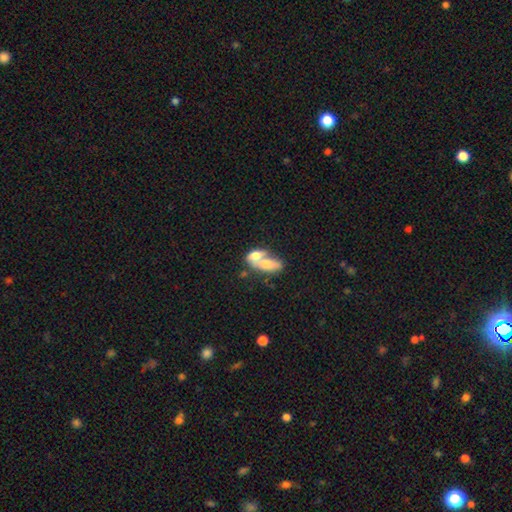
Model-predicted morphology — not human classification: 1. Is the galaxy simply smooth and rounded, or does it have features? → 63% smooth, 29% featured or disk, 7% star or artifact.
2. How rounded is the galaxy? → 85% in between, 8% round, 7% cigar-shaped.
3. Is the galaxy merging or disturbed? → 73% merger, 15% none, 6% minor disturbance, 5% major disturbance.